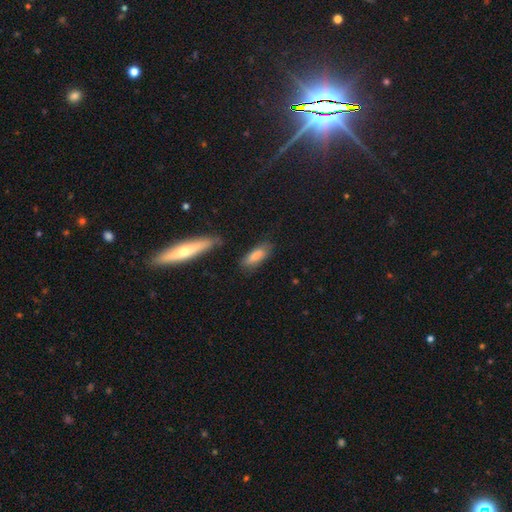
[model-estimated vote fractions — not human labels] This is clearly a smooth galaxy (83%). How rounded: likely in between (62%). Merging: likely none (73%).